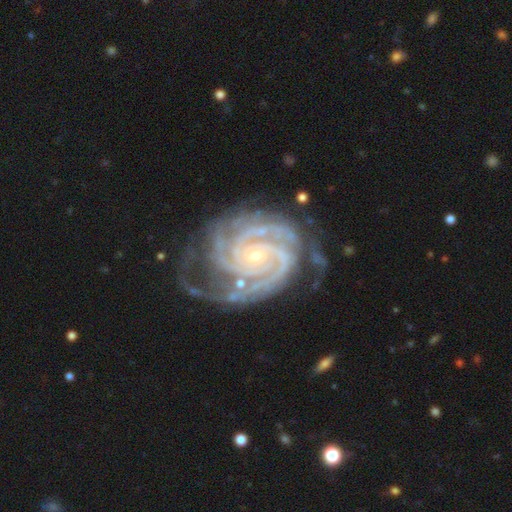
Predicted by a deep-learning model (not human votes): Morphology: type=featured or disk (94%); edge-on=no (98%); bar=no (72%); spiral arms=yes (99%); winding=tight (79%); arm count=3 (29%); bulge=small (79%); merging=none (64%).